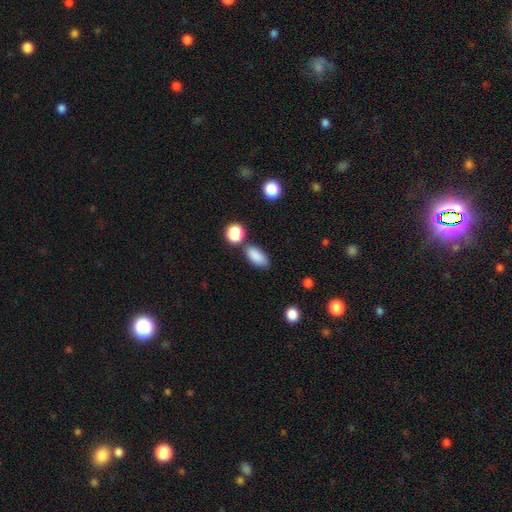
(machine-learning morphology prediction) smooth_or_featured: smooth (p=0.87) [alt: star or artifact p=0.08]
how_rounded: in between (p=0.87) [alt: cigar-shaped p=0.08]
merging: none (p=0.74) [alt: minor disturbance p=0.13]